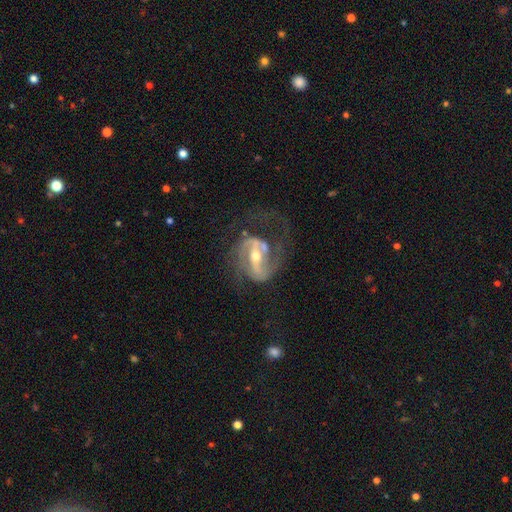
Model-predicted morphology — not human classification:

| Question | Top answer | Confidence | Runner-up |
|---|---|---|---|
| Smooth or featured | featured or disk | 90% | star or artifact (5%) |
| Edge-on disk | no | 97% | yes (3%) |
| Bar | strong | 57% | weak (32%) |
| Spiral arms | yes | 96% | no (4%) |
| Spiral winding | medium | 52% | loose (29%) |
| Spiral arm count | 2 | 80% | 1 (6%) |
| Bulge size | moderate | 59% | small (36%) |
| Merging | none | 56% | major disturbance (25%) |